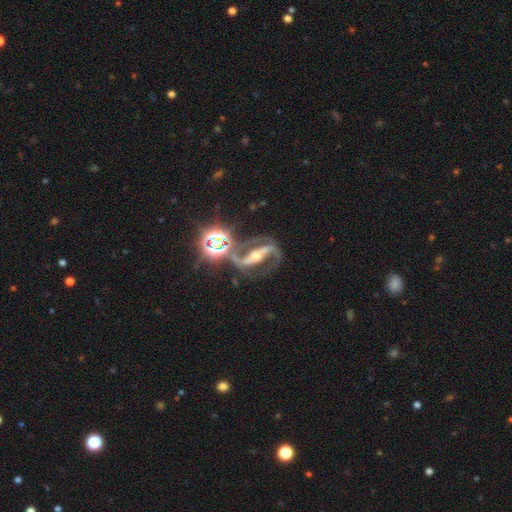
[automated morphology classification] smooth_or_featured: featured or disk (p=0.83) [alt: star or artifact p=0.12]
disk_edge_on: no (p=0.93) [alt: yes p=0.07]
bar: strong (p=0.72) [alt: weak p=0.14]
has_spiral_arms: yes (p=0.95) [alt: no p=0.05]
spiral_winding: medium (p=0.52) [alt: loose p=0.32]
spiral_arm_count: 2 (p=0.93) [alt: 1 p=0.02]
bulge_size: moderate (p=0.59) [alt: small p=0.31]
merging: none (p=0.73) [alt: minor disturbance p=0.12]